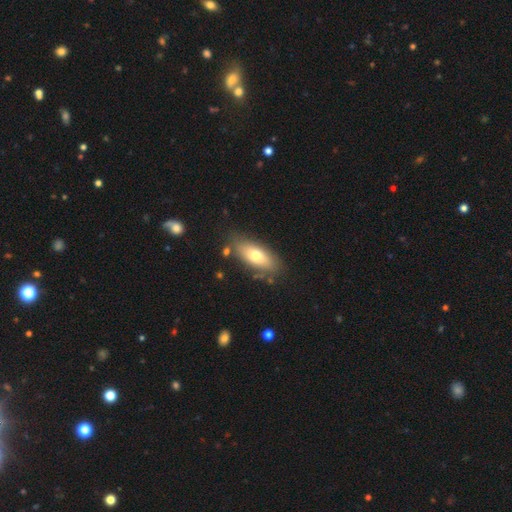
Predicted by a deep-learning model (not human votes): A smooth galaxy with no disk features (69%) that is in between round and cigar-shaped (81%).

Vote fractions:
- Smooth or featured? smooth: 69% / featured or disk: 24% / star or artifact: 7%
- How rounded? in between: 81% / cigar-shaped: 15% / round: 3%
- Merging? none: 79% / minor disturbance: 13% / merger: 4% / major disturbance: 3%